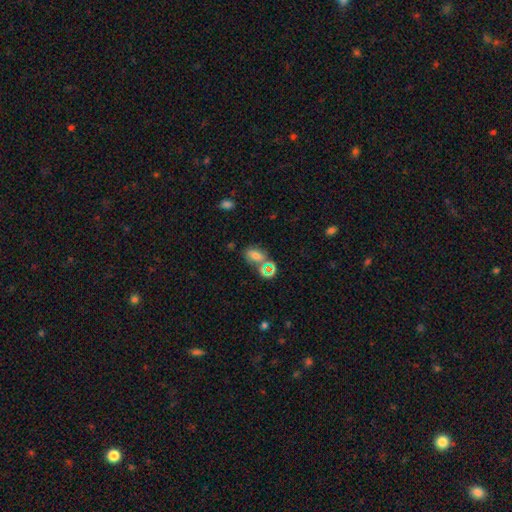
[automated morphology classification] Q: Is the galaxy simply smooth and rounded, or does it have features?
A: smooth — 66%.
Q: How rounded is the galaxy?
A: in between — 82%.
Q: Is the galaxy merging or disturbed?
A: none — 55%.